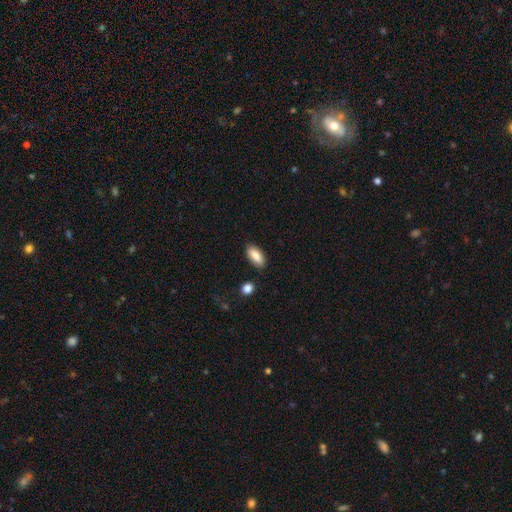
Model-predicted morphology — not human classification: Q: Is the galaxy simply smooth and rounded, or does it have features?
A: smooth — 85%.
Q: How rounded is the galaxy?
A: in between — 86%.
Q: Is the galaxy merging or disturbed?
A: none — 84%.